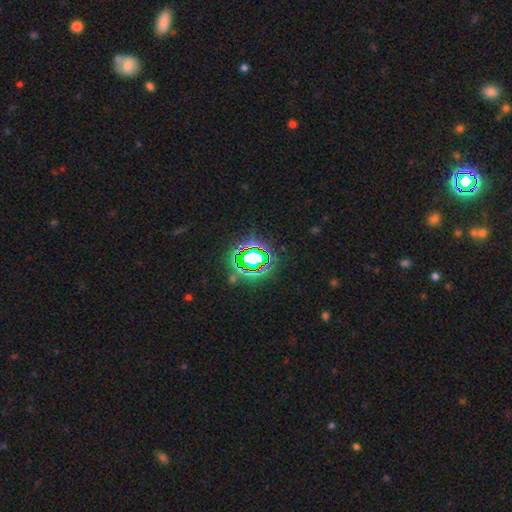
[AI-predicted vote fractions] A star or artifact, not a galaxy (77%).

Vote fractions:
- Smooth or featured? star or artifact: 77% / smooth: 14% / featured or disk: 10%